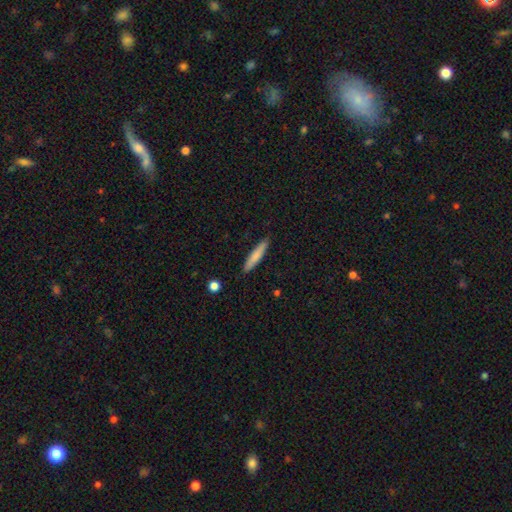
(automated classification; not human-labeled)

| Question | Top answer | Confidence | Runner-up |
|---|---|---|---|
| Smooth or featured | smooth | 77% | featured or disk (18%) |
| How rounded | cigar-shaped | 90% | in between (9%) |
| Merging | none | 88% | minor disturbance (9%) |